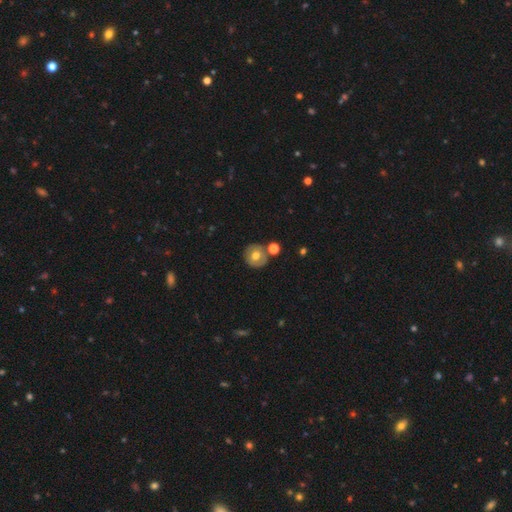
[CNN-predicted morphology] Smooth or featured? Predicted: smooth (p=0.60). How rounded? Predicted: round (p=0.90). Merging? Predicted: none (p=0.77).